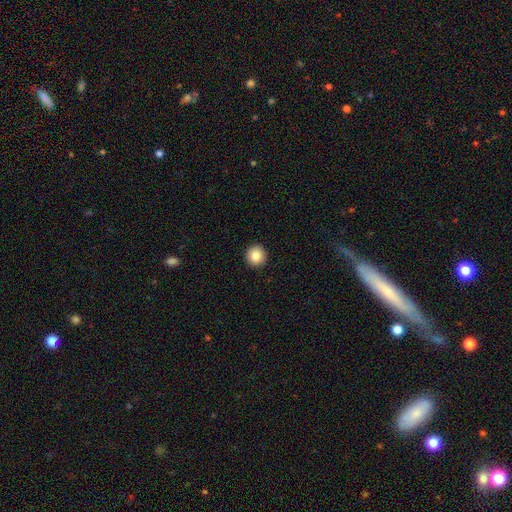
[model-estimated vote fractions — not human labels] Overall: smooth (86%). How rounded: round (95%). Merging: none (93%).